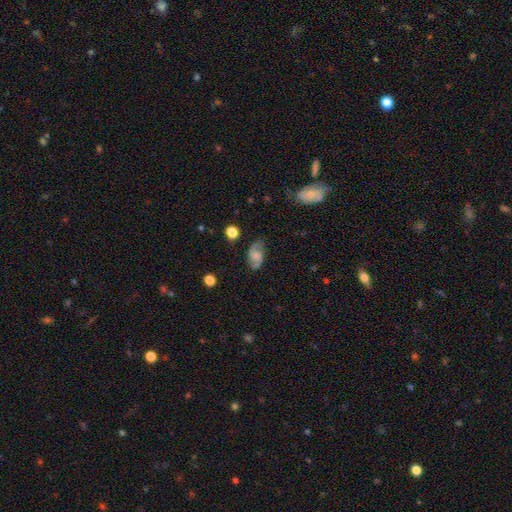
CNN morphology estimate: Q: Smooth or featured?
A: featured or disk (65%); runner-up: smooth (27%)
Q: Edge-on disk?
A: no (97%); runner-up: yes (3%)
Q: Bar?
A: no (58%); runner-up: weak (36%)
Q: Spiral arms?
A: yes (93%); runner-up: no (7%)
Q: Spiral winding?
A: medium (43%); runner-up: loose (41%)
Q: Spiral arm count?
A: 2 (90%); runner-up: can't tell (5%)
Q: Bulge size?
A: none (41%); runner-up: small (33%)
Q: Merging?
A: none (74%); runner-up: minor disturbance (18%)